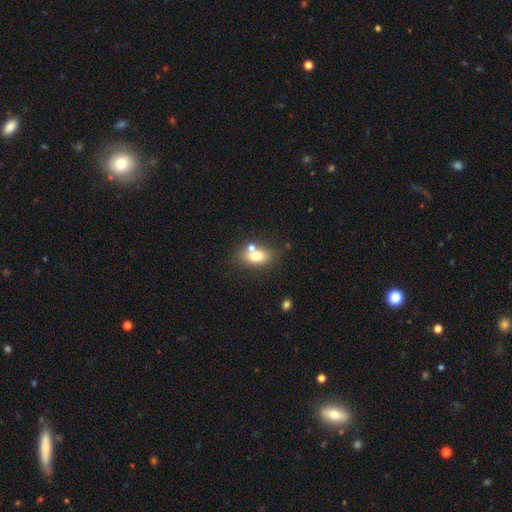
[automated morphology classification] Smooth or featured? smooth (71%)
How rounded? in between (77%)
Merging? none (59%)